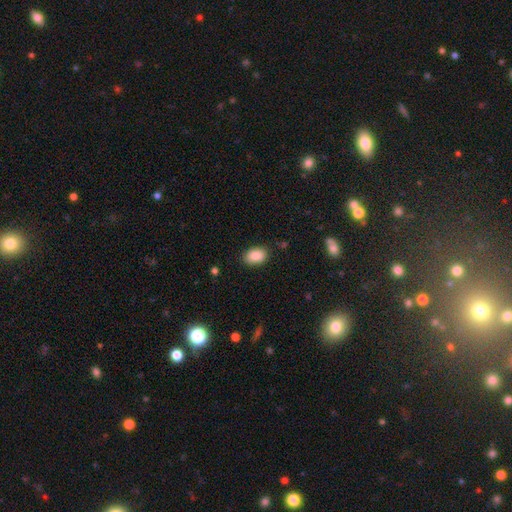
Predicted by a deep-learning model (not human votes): A smooth galaxy with no disk features (89%) that is in between round and cigar-shaped (84%). Merging: none (84%).